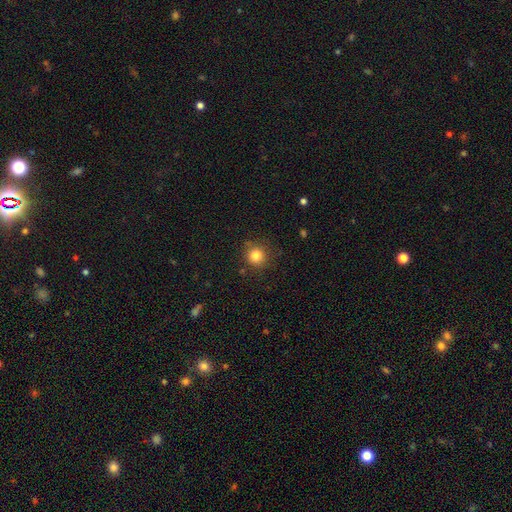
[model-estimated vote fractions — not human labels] The model was most divided on "smooth or featured": smooth: 83%, star or artifact: 12%, featured or disk: 5%. More confident: how rounded — round (91%); merging — none (85%).